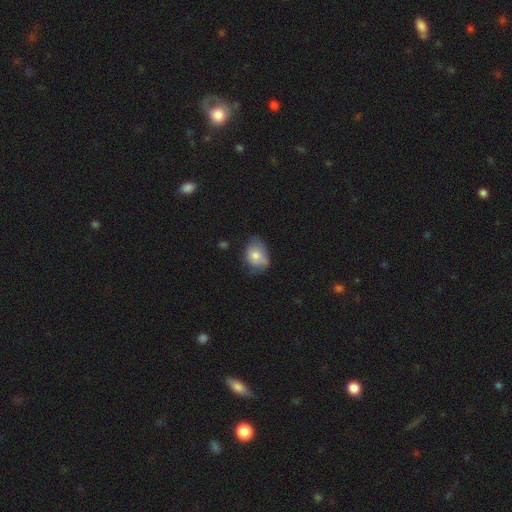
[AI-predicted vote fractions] The model was most divided on "merging": none: 47%, minor disturbance: 39%, major disturbance: 12%, merger: 3%. More confident: smooth or featured — smooth (73%); how rounded — in between (66%).